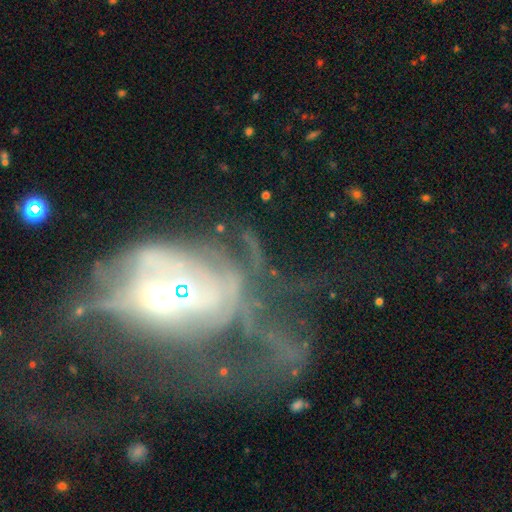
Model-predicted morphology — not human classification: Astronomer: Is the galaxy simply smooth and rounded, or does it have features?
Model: featured or disk — 64%.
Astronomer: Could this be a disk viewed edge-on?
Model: no — 92%.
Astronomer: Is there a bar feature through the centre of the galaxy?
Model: no — 72%.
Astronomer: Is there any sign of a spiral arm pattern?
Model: no — 51% (runner-up: yes, 49%).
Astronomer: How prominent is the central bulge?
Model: moderate — 48% (runner-up: small, 34%).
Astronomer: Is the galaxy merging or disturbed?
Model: major disturbance — 37% (runner-up: merger, 29%).